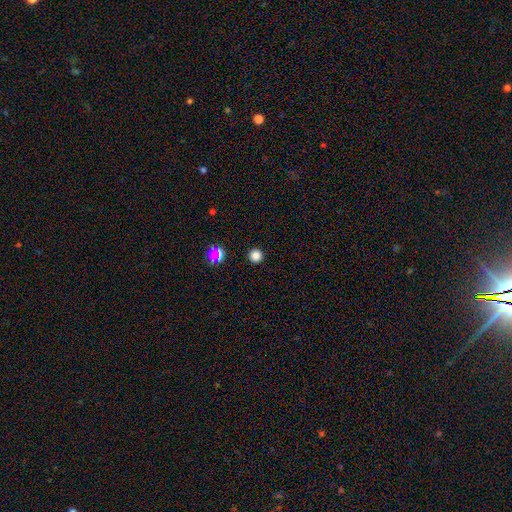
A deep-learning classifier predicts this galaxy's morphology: The model was most divided on "smooth or featured": smooth: 81%, star or artifact: 15%, featured or disk: 4%. More confident: how rounded — round (97%); merging — none (93%).